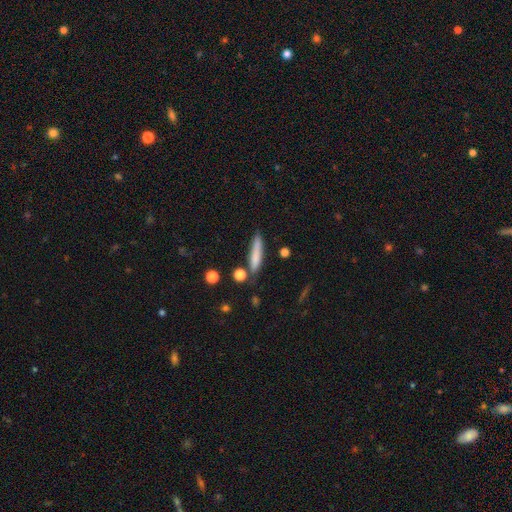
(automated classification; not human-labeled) Smooth or featured? smooth (76%)
How rounded? cigar-shaped (87%)
Merging? none (74%)